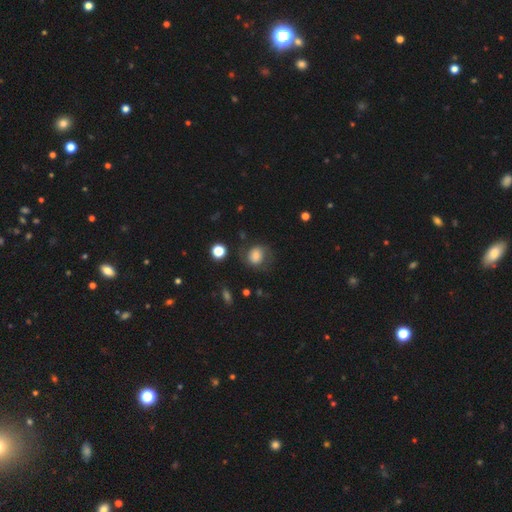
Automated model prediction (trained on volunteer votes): Smooth or featured: smooth — 59% (featured or disk — 31%)
How rounded: round — 64% (in between — 35%)
Merging: none — 60% (minor disturbance — 22%)